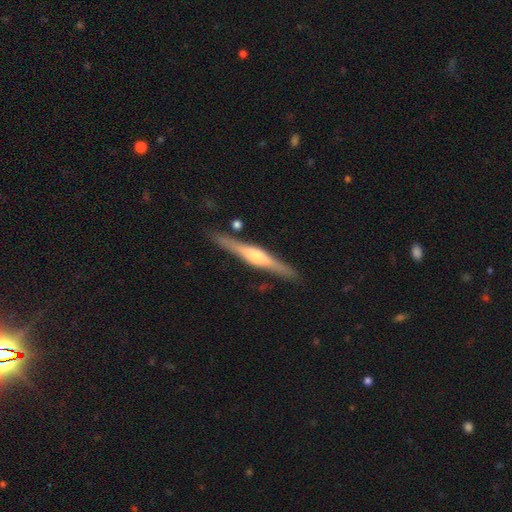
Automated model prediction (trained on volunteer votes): Smooth or featured: featured or disk — 76% (smooth — 19%)
Edge-on disk: yes — 98% (no — 2%)
Edge-on bulge: rounded — 83% (boxy — 12%)
Merging: none — 88% (minor disturbance — 8%)